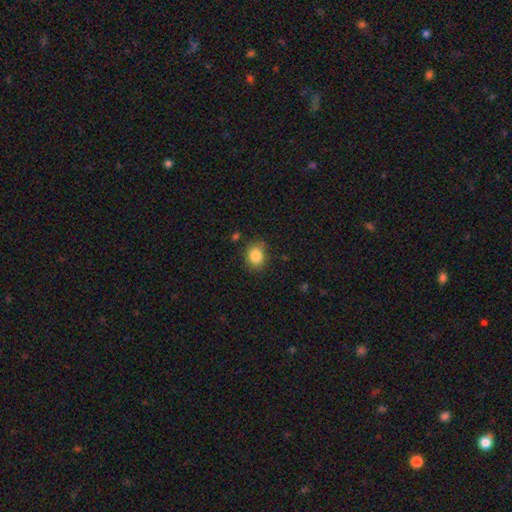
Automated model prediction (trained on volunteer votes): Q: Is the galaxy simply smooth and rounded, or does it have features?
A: smooth — 85%.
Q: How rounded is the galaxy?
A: round — 62%.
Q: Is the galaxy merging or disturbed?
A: none — 75%.